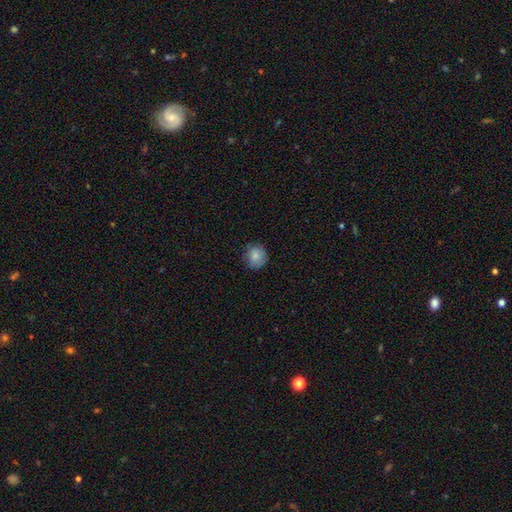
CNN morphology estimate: Smooth or featured?
  - smooth: 83% *
  - featured or disk: 8%
  - star or artifact: 8%
How rounded?
  - round: 80% *
  - in between: 19%
  - cigar-shaped: 1%
Merging?
  - none: 77% *
  - minor disturbance: 18%
  - major disturbance: 3%
  - merger: 1%